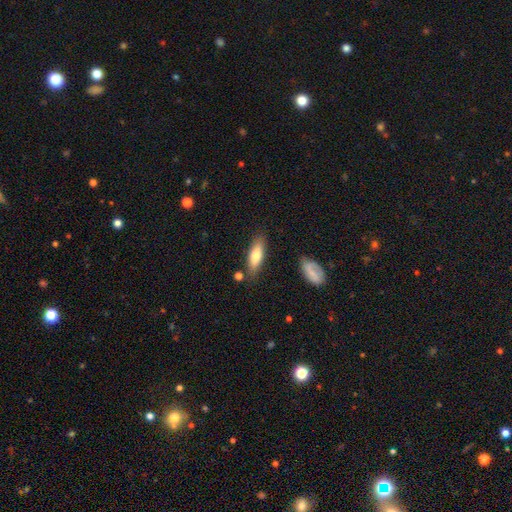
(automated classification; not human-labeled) This appears to be a smooth galaxy with no disk features (72%) that is in between round and cigar-shaped (52%). Merging: none (80%).